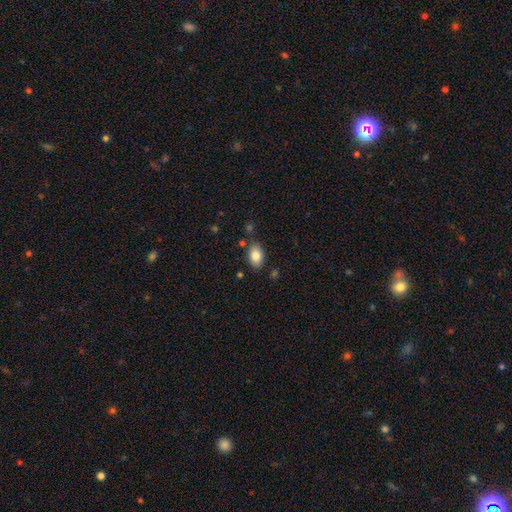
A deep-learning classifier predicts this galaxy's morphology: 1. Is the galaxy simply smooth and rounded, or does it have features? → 84% smooth, 9% featured or disk, 8% star or artifact.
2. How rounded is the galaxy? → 87% in between, 12% round, 1% cigar-shaped.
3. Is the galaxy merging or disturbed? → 80% none, 13% minor disturbance, 4% merger, 3% major disturbance.